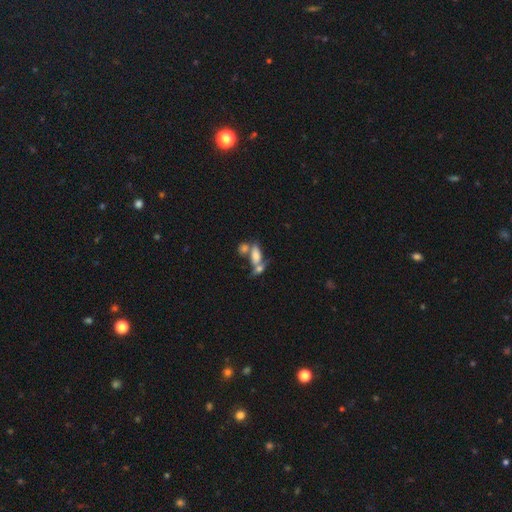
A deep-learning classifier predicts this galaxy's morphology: Q: Smooth or featured?
A: smooth (63%); runner-up: featured or disk (25%)
Q: How rounded?
A: in between (81%); runner-up: cigar-shaped (12%)
Q: Merging?
A: merger (56%); runner-up: none (24%)